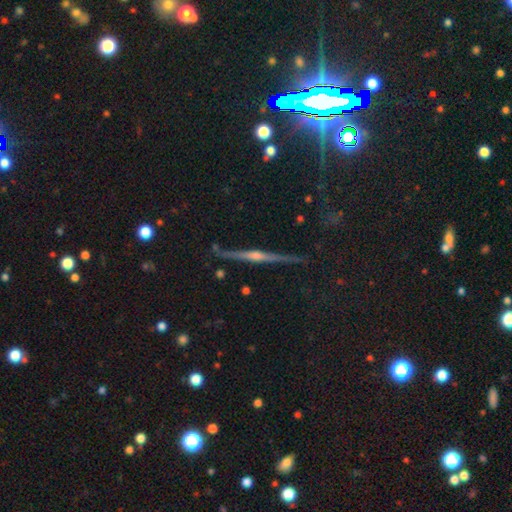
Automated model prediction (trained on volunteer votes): This is likely a featured or disk galaxy (78%). It is clearly viewed edge-on (98%). Edge-on bulge: likely rounded (76%). Merging: clearly none (87%).